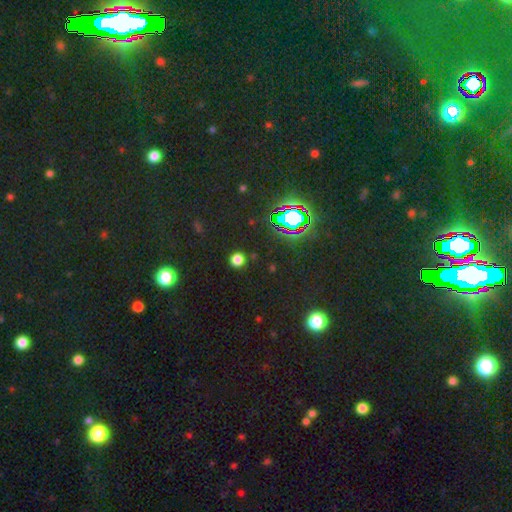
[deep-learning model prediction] Smooth or featured?
  - star or artifact: 78% *
  - smooth: 14%
  - featured or disk: 7%